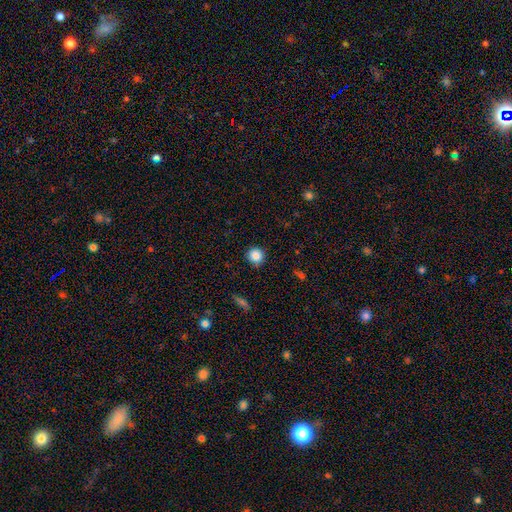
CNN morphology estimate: Overall: smooth (86%). How rounded: round (94%). Merging: none (86%).